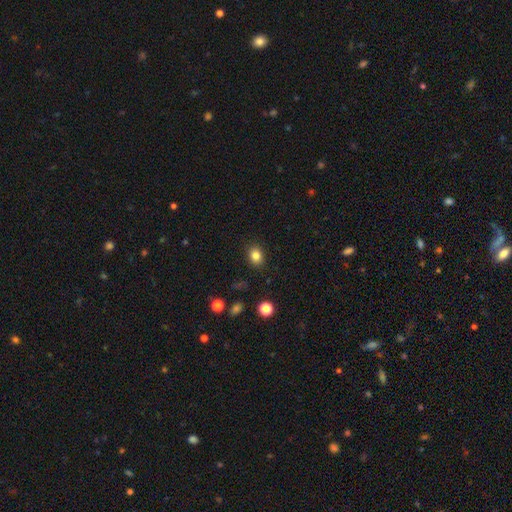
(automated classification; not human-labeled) This appears to be a smooth galaxy with no disk features (83%) that is in between round and cigar-shaped (51%). Merging: none (89%).